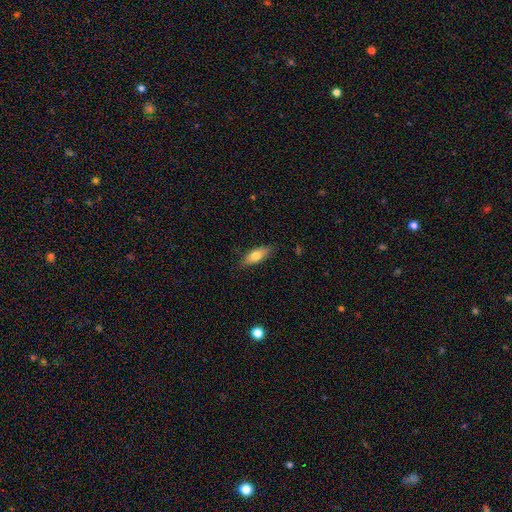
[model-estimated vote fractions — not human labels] smooth 71%, featured or disk 22%, star or artifact 7%. Down the decision tree: how rounded — in between (72%); merging — none (83%).